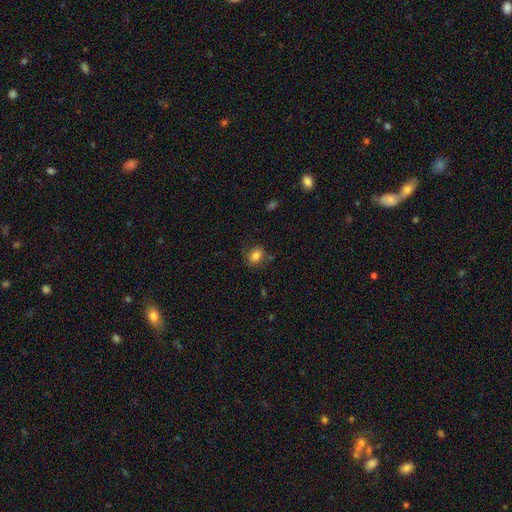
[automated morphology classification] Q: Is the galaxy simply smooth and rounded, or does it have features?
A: smooth — 82%.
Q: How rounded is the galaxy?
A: in between — 62%.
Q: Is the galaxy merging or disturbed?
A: none — 75%.